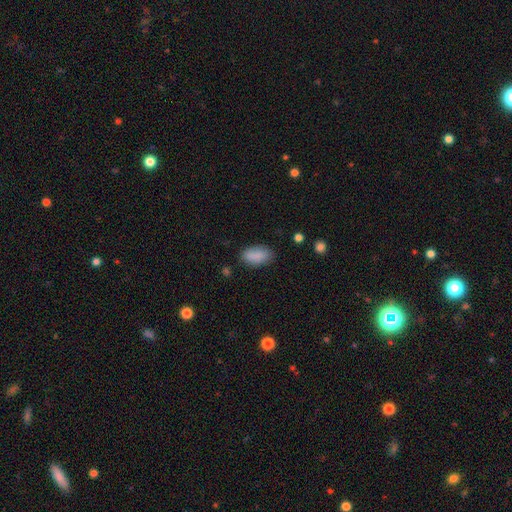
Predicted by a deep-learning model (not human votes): smooth-or-featured: smooth: 87% | star or artifact: 8% | featured or disk: 6%
  how-rounded: in between: 93% | round: 4% | cigar-shaped: 3%
  merging: none: 77% | minor disturbance: 17% | major disturbance: 4% | merger: 2%